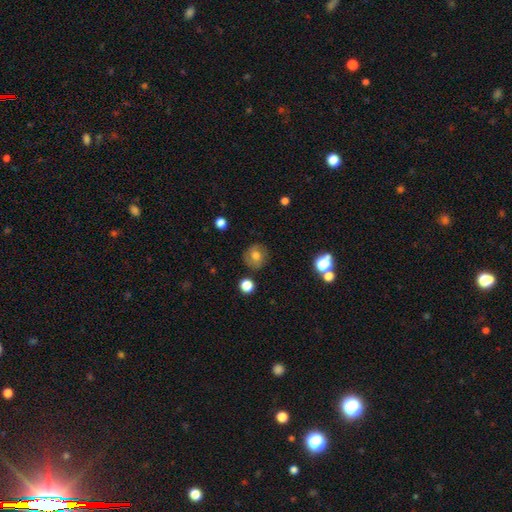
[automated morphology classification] Smooth or featured: smooth — 63% (featured or disk — 25%)
How rounded: round — 84% (in between — 15%)
Merging: none — 82% (minor disturbance — 12%)